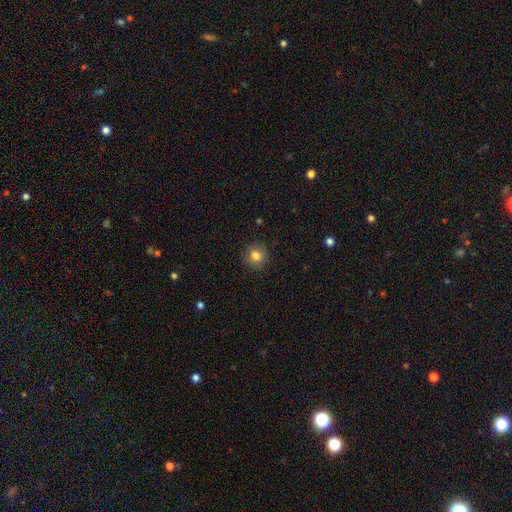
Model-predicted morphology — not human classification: Smooth or featured? smooth (82%)
How rounded? round (92%)
Merging? none (90%)